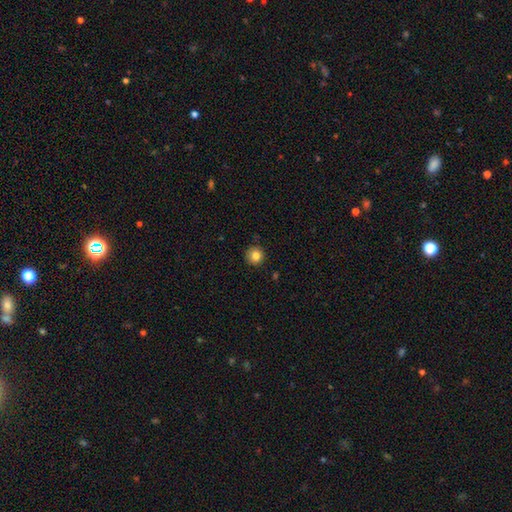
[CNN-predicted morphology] type=smooth (83%); roundness=round (95%); merging=none (89%).